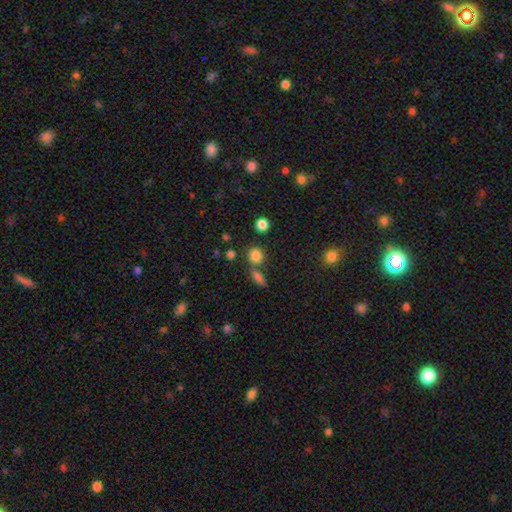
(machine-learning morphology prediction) This is clearly a smooth galaxy (82%). How rounded: likely round (76%). Merging: likely none (67%).